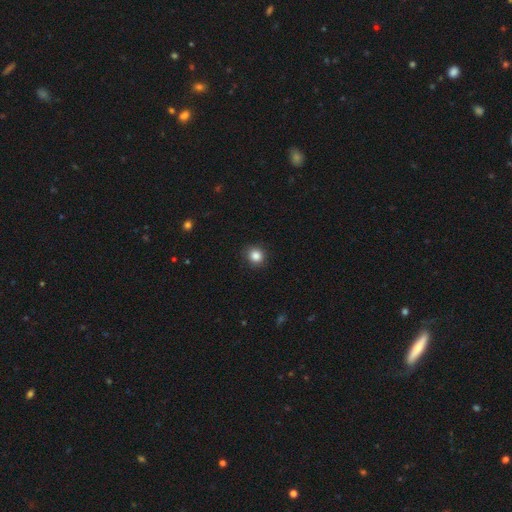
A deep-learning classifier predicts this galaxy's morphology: smooth_or_featured: smooth (p=0.85) [alt: star or artifact p=0.11]
how_rounded: round (p=0.84) [alt: in between p=0.15]
merging: none (p=0.88) [alt: minor disturbance p=0.08]